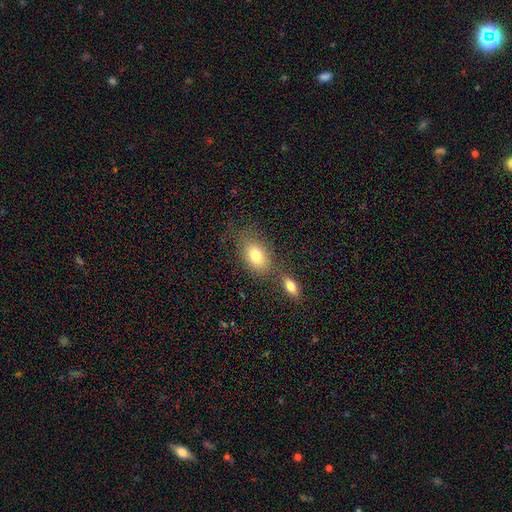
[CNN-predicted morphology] Overall: smooth (78%). How rounded: in between (81%). Merging: none (61%).